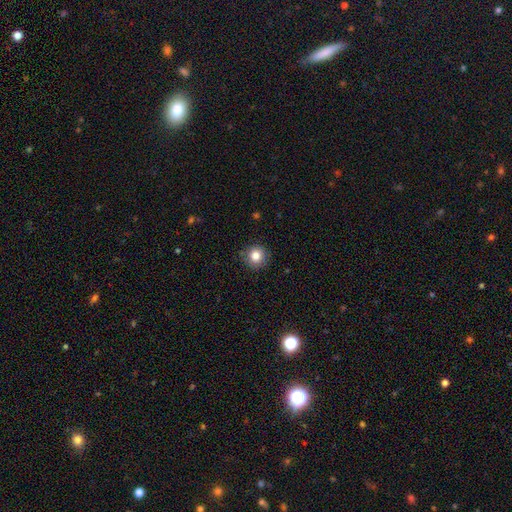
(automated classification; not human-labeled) A smooth galaxy with no disk features (82%) that is round (94%). Merging: none (89%).